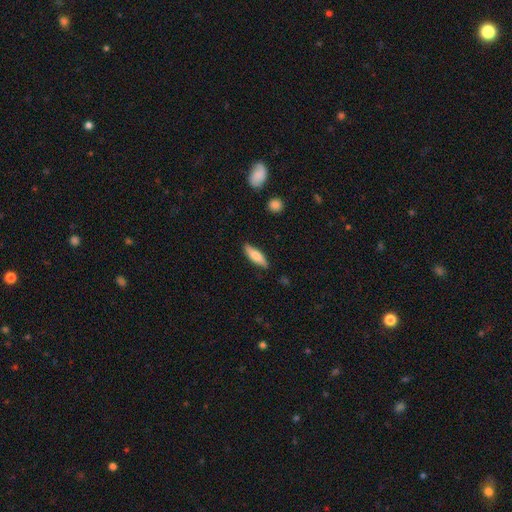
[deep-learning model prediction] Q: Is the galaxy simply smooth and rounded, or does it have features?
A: smooth — 74%.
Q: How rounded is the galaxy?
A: cigar-shaped — 55%.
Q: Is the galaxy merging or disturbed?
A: none — 85%.